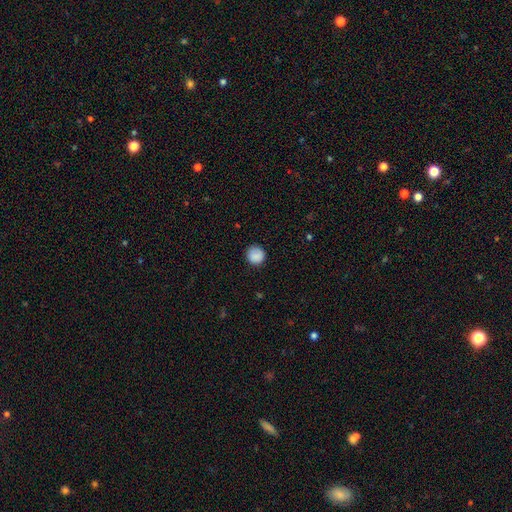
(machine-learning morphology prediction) A smooth galaxy with no disk features (87%) that is round (93%). Merging: none (86%).